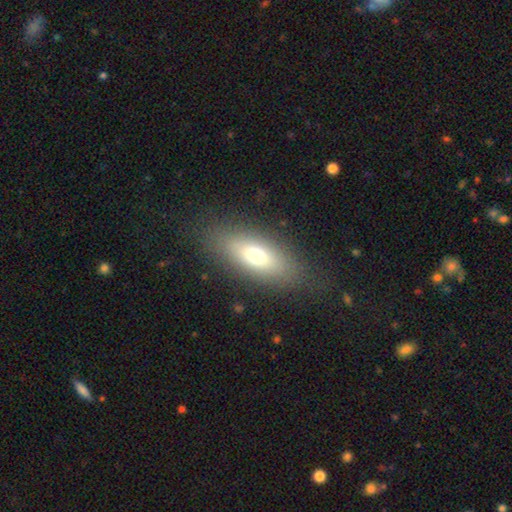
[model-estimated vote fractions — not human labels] The model was most divided on "smooth or featured": smooth: 69%, featured or disk: 22%, star or artifact: 9%. More confident: merging — none (82%); how rounded — in between (74%).